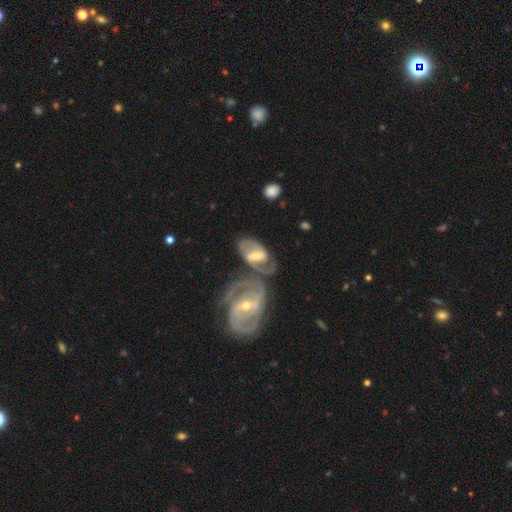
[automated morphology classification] Overall: featured or disk (78%). Edge-on disk: no (95%). Bar: strong (43%; weak 42%). Spiral arms: yes (87%). Spiral arm count: 2 (72%). Spiral winding: medium (48%; tight 33%). Bulge size: moderate (52%; small 38%). Merging: merger (45%; none 30%).